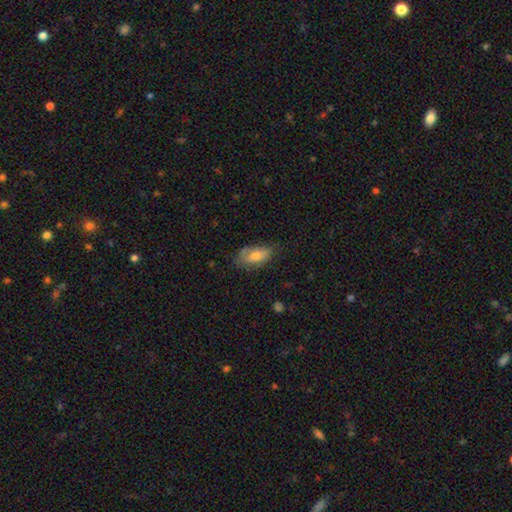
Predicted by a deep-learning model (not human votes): Smooth or featured?
  - smooth: 69% *
  - featured or disk: 24%
  - star or artifact: 7%
How rounded?
  - in between: 89% *
  - cigar-shaped: 7%
  - round: 4%
Merging?
  - none: 63% *
  - minor disturbance: 28%
  - major disturbance: 7%
  - merger: 2%